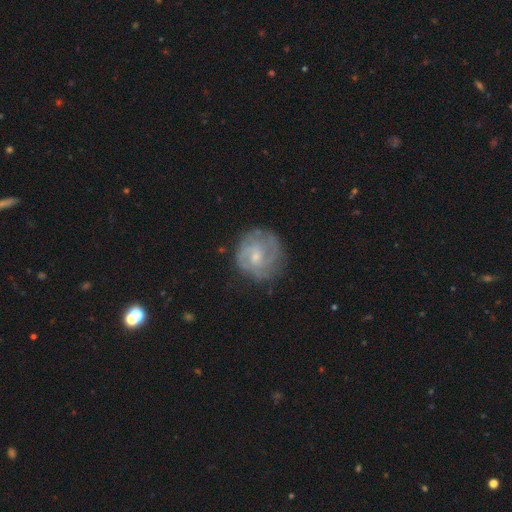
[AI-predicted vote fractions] A featured or disk galaxy (74%) with no bar (50%), 2 (36%) tight (48%) spiral arms (88%) and a small central bulge (53%). Merging: none (72%).